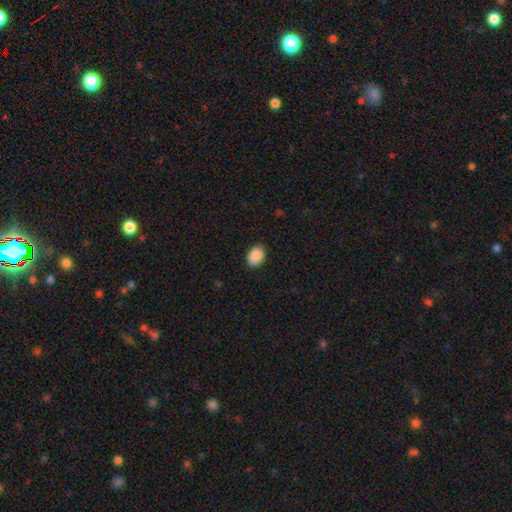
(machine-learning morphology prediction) Smooth or featured? Predicted: smooth (p=0.90). How rounded? Predicted: in between (p=0.76). Merging? Predicted: none (p=0.88).